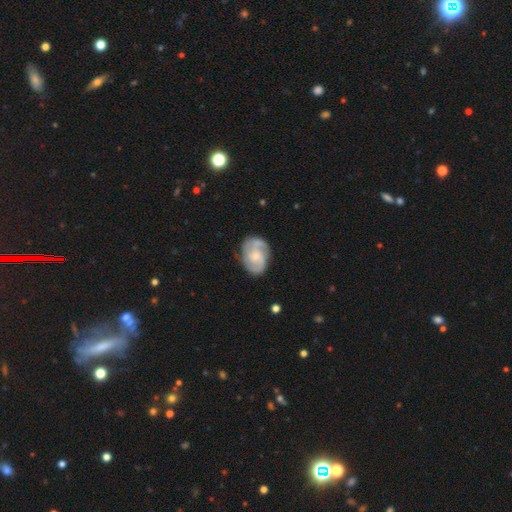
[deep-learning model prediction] Smooth or featured? Predicted: featured or disk (p=0.78). Edge-on disk? Predicted: no (p=0.98). Bar? Predicted: no (p=0.61). Spiral arms? Predicted: yes (p=0.94). Spiral winding? Predicted: medium (p=0.48). Spiral arm count? Predicted: 2 (p=0.54). Bulge size? Predicted: small (p=0.54). Merging? Predicted: none (p=0.72).